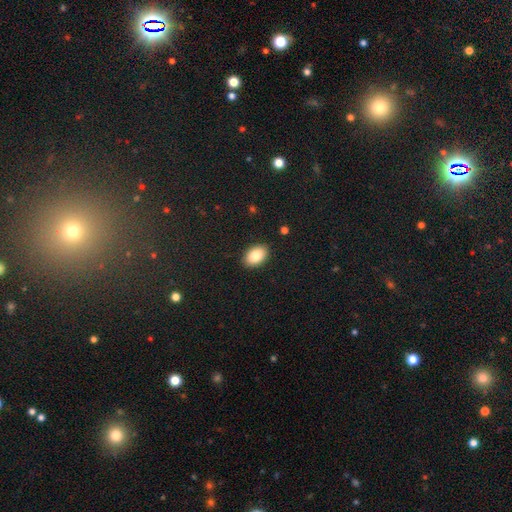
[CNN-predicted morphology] Q: Smooth or featured?
A: smooth (84%); runner-up: featured or disk (9%)
Q: How rounded?
A: in between (88%); runner-up: round (11%)
Q: Merging?
A: none (89%); runner-up: minor disturbance (8%)